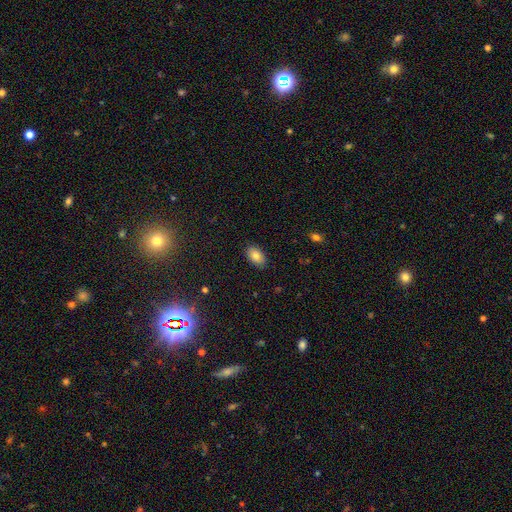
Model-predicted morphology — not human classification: A smooth galaxy with no disk features (82%) that is in between round and cigar-shaped (91%). Merging: none (88%).